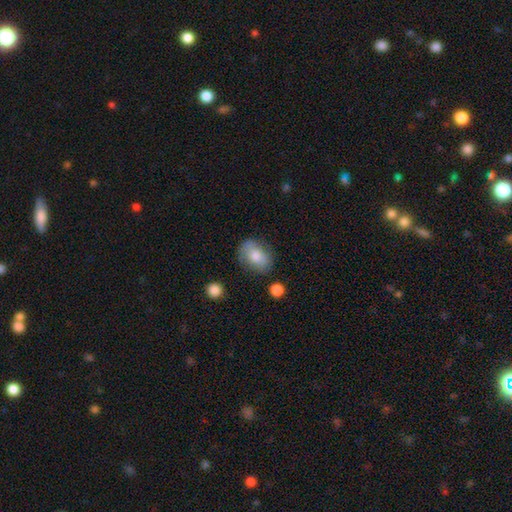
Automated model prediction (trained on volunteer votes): Smooth or featured? smooth (72%)
How rounded? in between (74%)
Merging? none (73%)